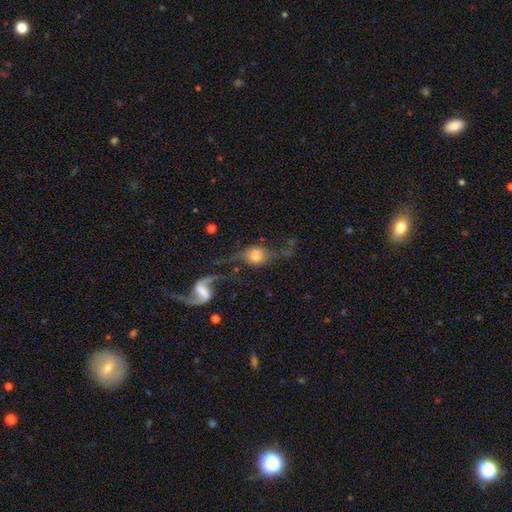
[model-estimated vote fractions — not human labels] smooth_or_featured: featured or disk (p=0.64) [alt: smooth p=0.26]
disk_edge_on: no (p=0.64) [alt: yes p=0.36]
merging: none (p=0.43) [alt: major disturbance p=0.25]